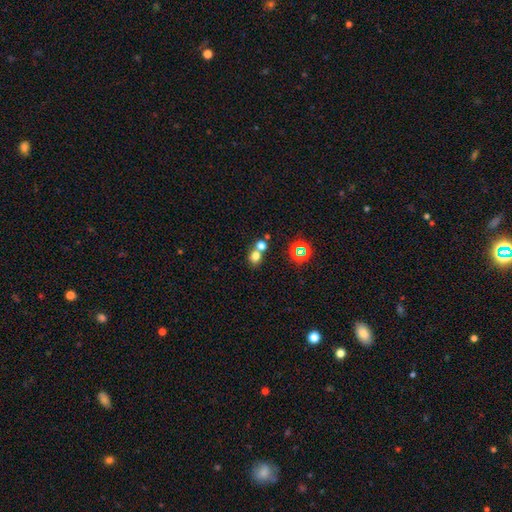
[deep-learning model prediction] A smooth galaxy with no disk features (71%) that is round (69%).

Vote fractions:
- Smooth or featured? smooth: 71% / star or artifact: 19% / featured or disk: 10%
- How rounded? round: 69% / in between: 30% / cigar-shaped: 1%
- Merging? none: 48% / merger: 42% / minor disturbance: 7% / major disturbance: 3%